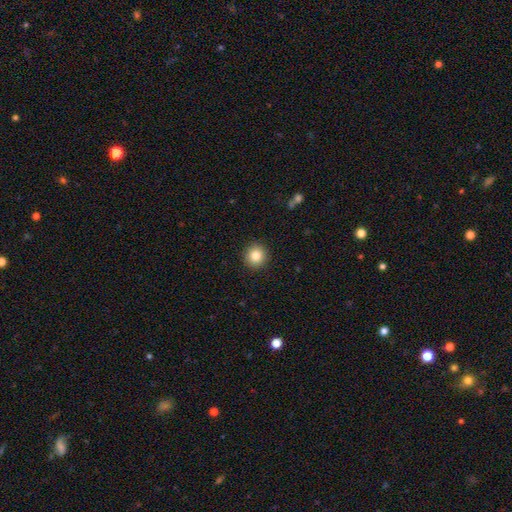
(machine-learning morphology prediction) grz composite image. It shows a smooth galaxy with no disk features (83%) that is round (92%). Merging: none (92%).